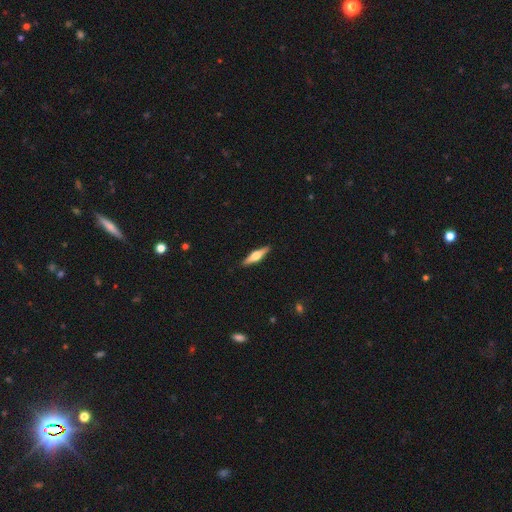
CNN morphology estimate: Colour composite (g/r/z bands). It shows a featured or disk galaxy (62%) viewed edge-on (97%) with a rounded central bulge (92%). Merging: none (91%).